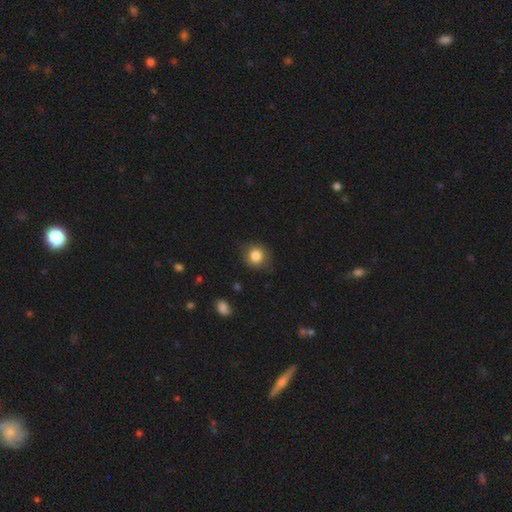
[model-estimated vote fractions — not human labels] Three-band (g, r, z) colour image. It shows a smooth galaxy with no disk features (84%) that is round (80%). Merging: none (79%).